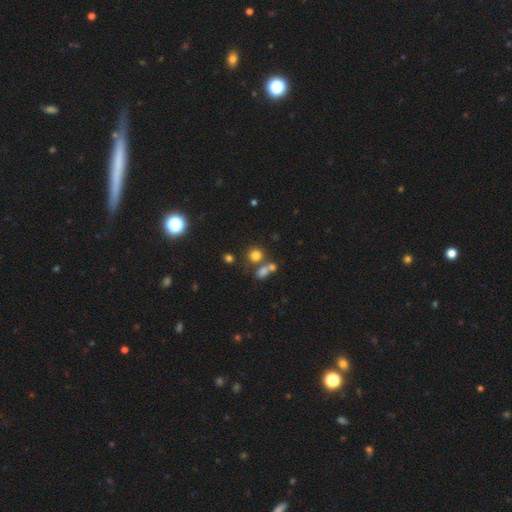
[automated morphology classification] A smooth galaxy with no disk features (74%) that is round (82%).

Vote fractions:
- Smooth or featured? smooth: 74% / star or artifact: 18% / featured or disk: 9%
- How rounded? round: 82% / in between: 16% / cigar-shaped: 1%
- Merging? none: 59% / merger: 27% / minor disturbance: 9% / major disturbance: 5%